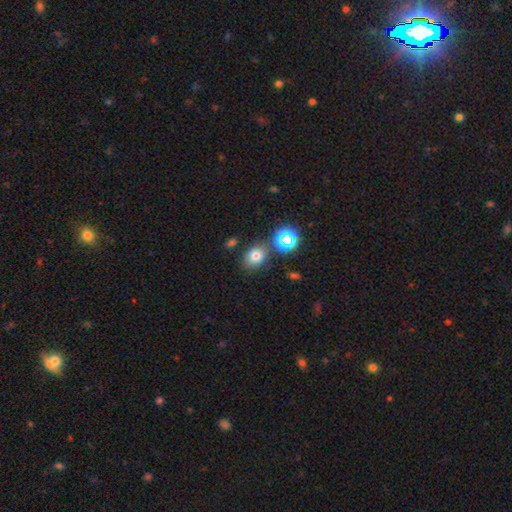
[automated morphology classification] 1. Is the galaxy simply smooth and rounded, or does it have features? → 72% smooth, 18% star or artifact, 10% featured or disk.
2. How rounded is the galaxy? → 59% in between, 39% round, 1% cigar-shaped.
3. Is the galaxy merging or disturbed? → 76% none, 12% minor disturbance, 9% merger, 4% major disturbance.